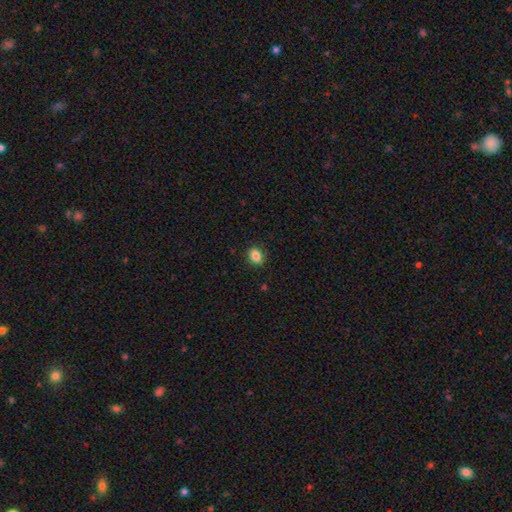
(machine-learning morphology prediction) smooth 84%, star or artifact 10%, featured or disk 6%. Down the decision tree: how rounded — in between (61%); merging — none (87%).